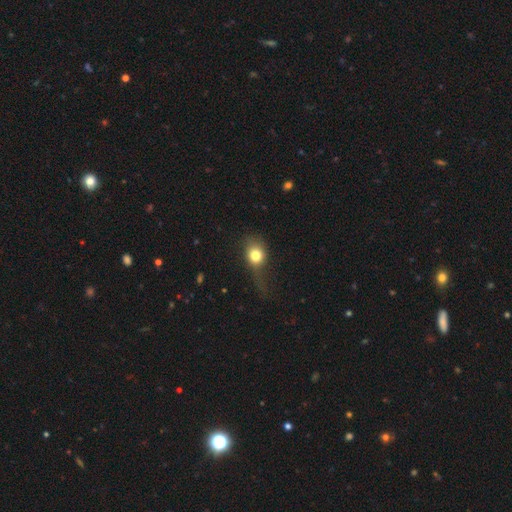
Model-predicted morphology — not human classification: Smooth or featured? smooth (77%)
How rounded? round (59%)
Merging? none (38%)